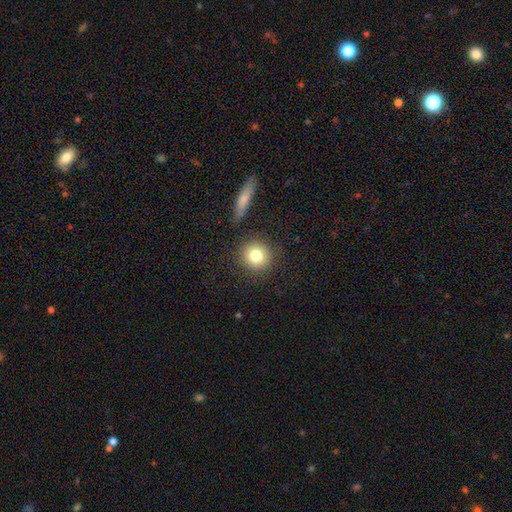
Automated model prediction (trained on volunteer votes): This is clearly a smooth galaxy (80%). How rounded: clearly round (92%). Merging: clearly none (86%).